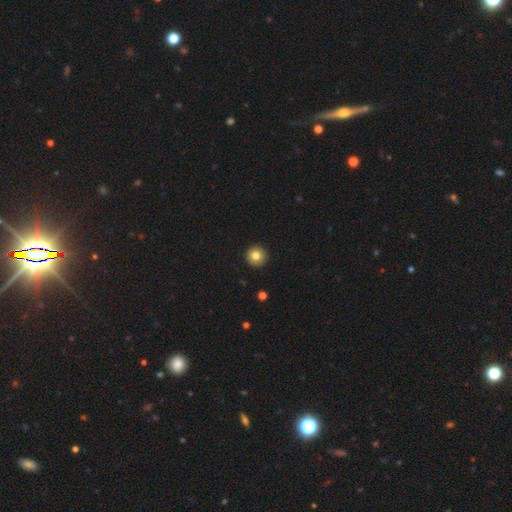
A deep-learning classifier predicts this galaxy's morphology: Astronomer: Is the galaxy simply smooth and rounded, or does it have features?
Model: smooth — 82%.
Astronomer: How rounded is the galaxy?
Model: round — 96%.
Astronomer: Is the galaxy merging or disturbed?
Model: none — 94%.